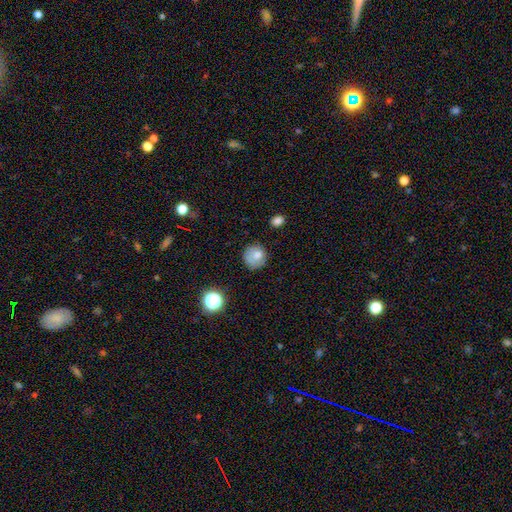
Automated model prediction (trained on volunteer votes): smooth 76%, featured or disk 13%, star or artifact 11%. Down the decision tree: how rounded — round (87%); merging — none (71%).